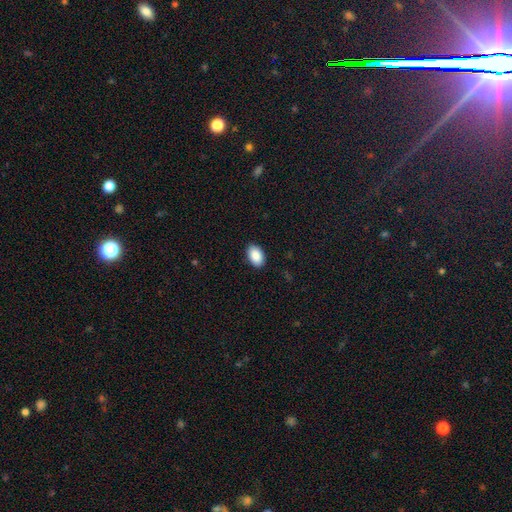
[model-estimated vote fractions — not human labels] Smooth or featured: smooth — 90% (star or artifact — 7%)
How rounded: in between — 91% (round — 8%)
Merging: none — 89% (minor disturbance — 8%)